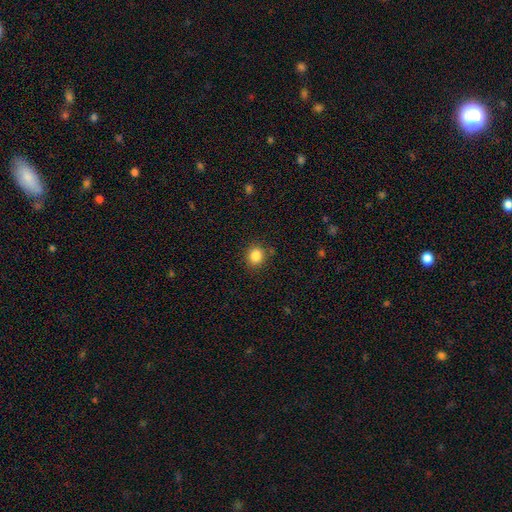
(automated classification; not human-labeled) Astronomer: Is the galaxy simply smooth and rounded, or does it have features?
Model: smooth — 85%.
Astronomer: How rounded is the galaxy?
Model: round — 79%.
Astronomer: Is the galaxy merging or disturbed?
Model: none — 85%.